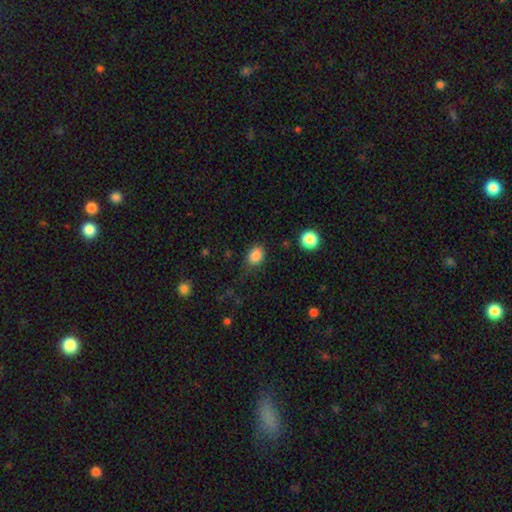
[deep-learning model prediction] smooth-or-featured: smooth: 85% | star or artifact: 11% | featured or disk: 5%
  how-rounded: in between: 56% | round: 43% | cigar-shaped: 1%
  merging: none: 73% | minor disturbance: 19% | major disturbance: 5% | merger: 2%